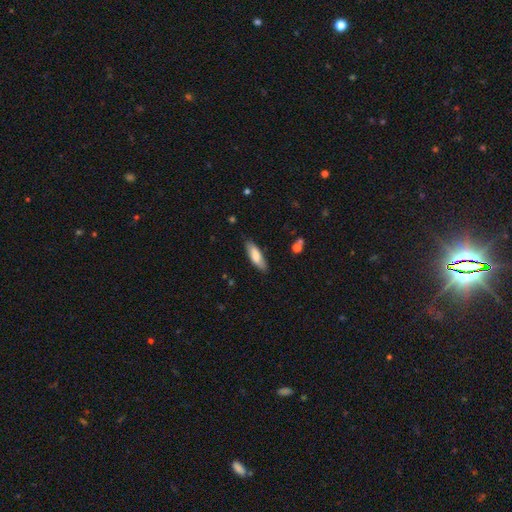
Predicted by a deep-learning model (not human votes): Smooth or featured?
  - smooth: 77% *
  - featured or disk: 17%
  - star or artifact: 6%
How rounded?
  - in between: 54% *
  - cigar-shaped: 45%
  - round: 2%
Merging?
  - none: 84% *
  - minor disturbance: 13%
  - major disturbance: 2%
  - merger: 1%